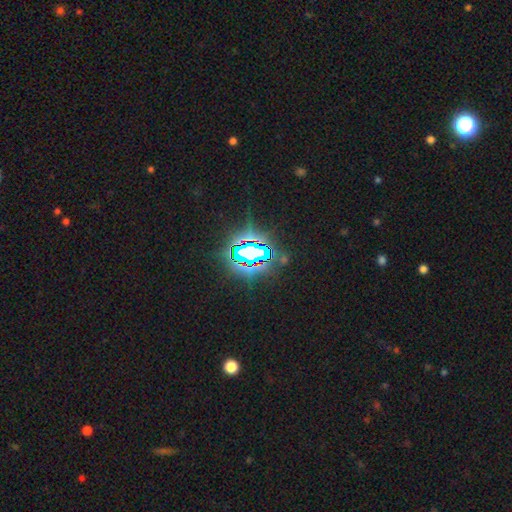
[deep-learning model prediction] Overall: star or artifact (77%).